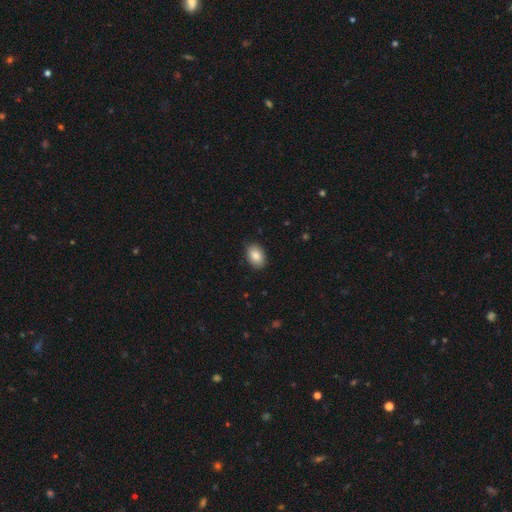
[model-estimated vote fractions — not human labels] Overall: smooth (86%). How rounded: in between (84%). Merging: none (88%).